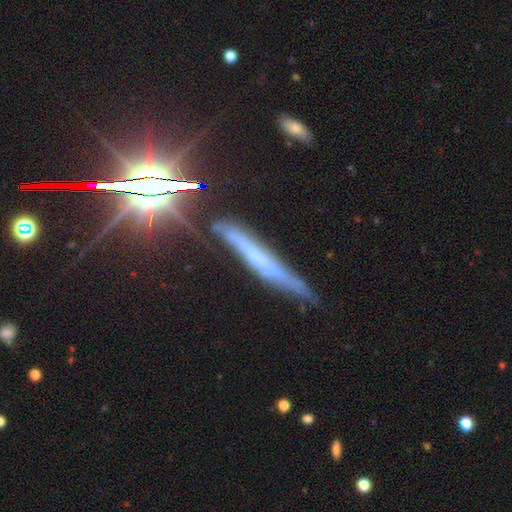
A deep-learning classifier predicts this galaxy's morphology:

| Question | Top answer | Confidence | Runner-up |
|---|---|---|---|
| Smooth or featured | featured or disk | 50% | smooth (32%) |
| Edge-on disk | yes | 85% | no (15%) |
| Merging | none | 70% | minor disturbance (20%) |